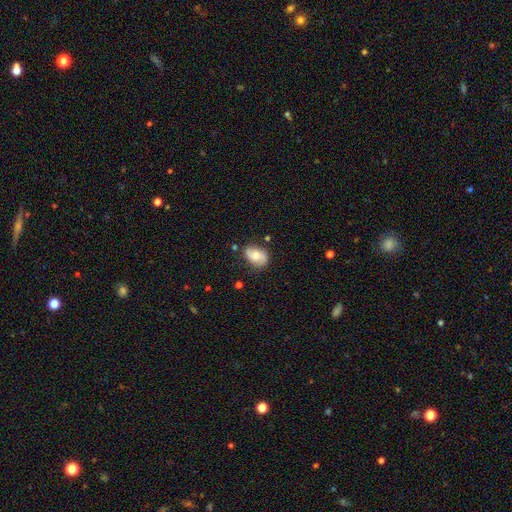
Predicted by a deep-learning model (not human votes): The model was most divided on "smooth or featured": smooth: 59%, featured or disk: 33%, star or artifact: 8%. More confident: how rounded — in between (77%); merging — none (67%).